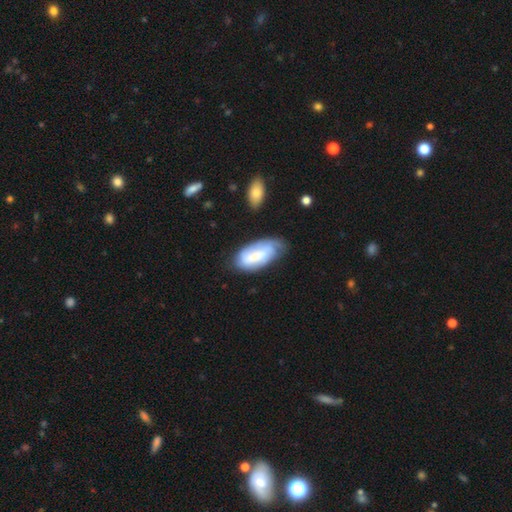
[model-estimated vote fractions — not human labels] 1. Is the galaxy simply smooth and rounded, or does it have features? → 62% smooth, 31% featured or disk, 7% star or artifact.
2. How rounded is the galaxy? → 90% in between, 8% cigar-shaped, 2% round.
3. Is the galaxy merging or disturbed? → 49% none, 33% minor disturbance, 13% major disturbance, 5% merger.